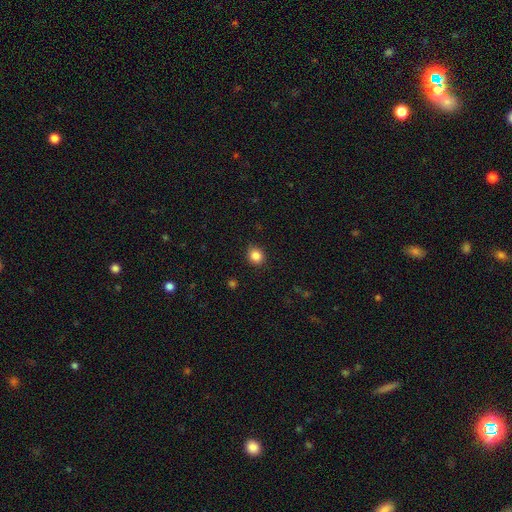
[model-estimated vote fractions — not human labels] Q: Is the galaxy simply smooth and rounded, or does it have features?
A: smooth — 85%.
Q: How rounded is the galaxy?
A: round — 82%.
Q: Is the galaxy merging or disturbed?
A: none — 88%.